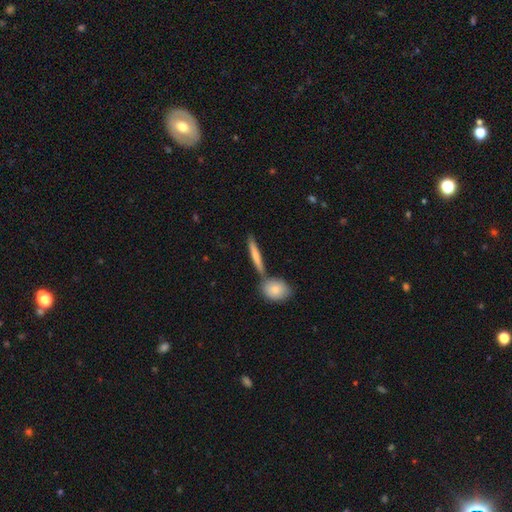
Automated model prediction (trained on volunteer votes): smooth_or_featured: smooth (p=0.67) [alt: featured or disk p=0.27]
how_rounded: cigar-shaped (p=0.85) [alt: in between p=0.11]
merging: none (p=0.68) [alt: merger p=0.19]